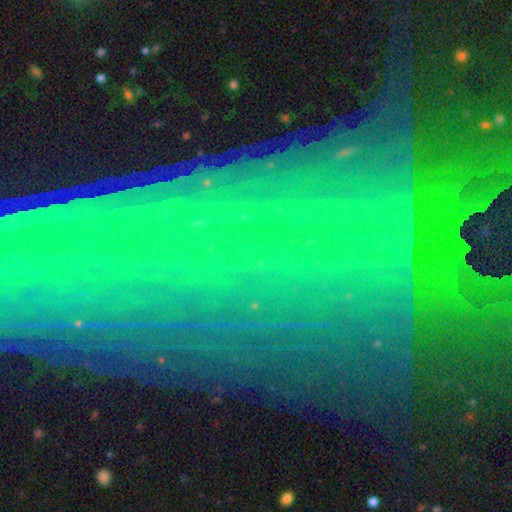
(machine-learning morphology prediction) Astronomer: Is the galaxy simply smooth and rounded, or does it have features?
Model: star or artifact — 78%.